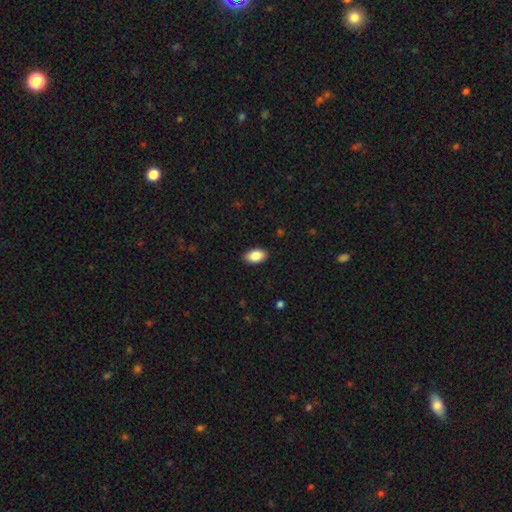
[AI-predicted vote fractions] This appears to be a smooth galaxy with no disk features (87%) that is in between round and cigar-shaped (94%). Merging: none (89%).